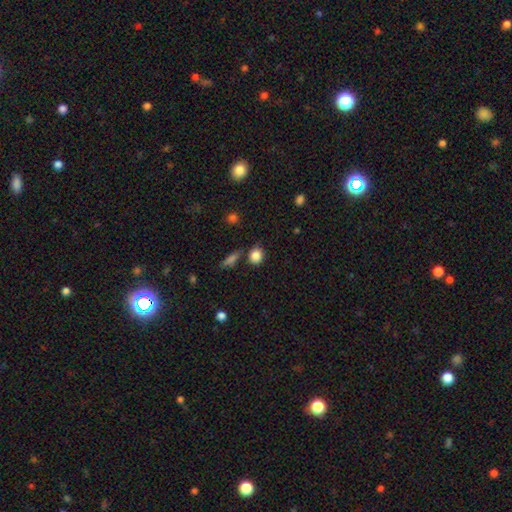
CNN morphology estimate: Smooth or featured? Predicted: smooth (p=0.85). How rounded? Predicted: round (p=0.77). Merging? Predicted: none (p=0.76).